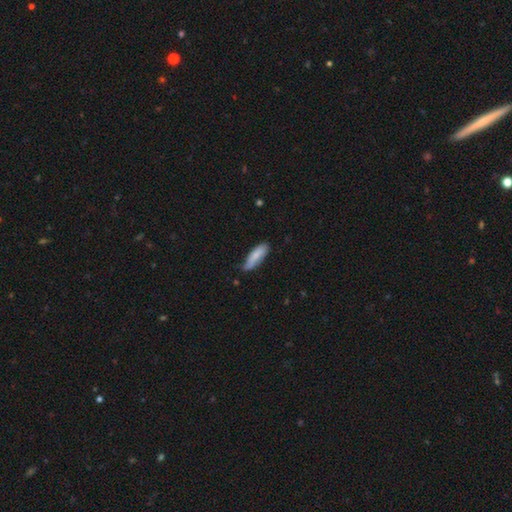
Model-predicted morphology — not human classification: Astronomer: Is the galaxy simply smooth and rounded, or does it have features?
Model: smooth — 80%.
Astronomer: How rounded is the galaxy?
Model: cigar-shaped — 50% (runner-up: in between, 48%).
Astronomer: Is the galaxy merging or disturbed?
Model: none — 62%.